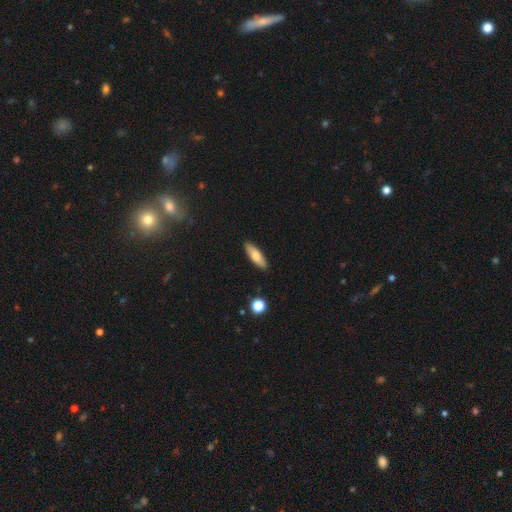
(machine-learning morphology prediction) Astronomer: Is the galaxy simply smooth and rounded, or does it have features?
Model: smooth — 70%.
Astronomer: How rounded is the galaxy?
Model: in between — 52% (runner-up: cigar-shaped, 46%).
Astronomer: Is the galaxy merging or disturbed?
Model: none — 89%.